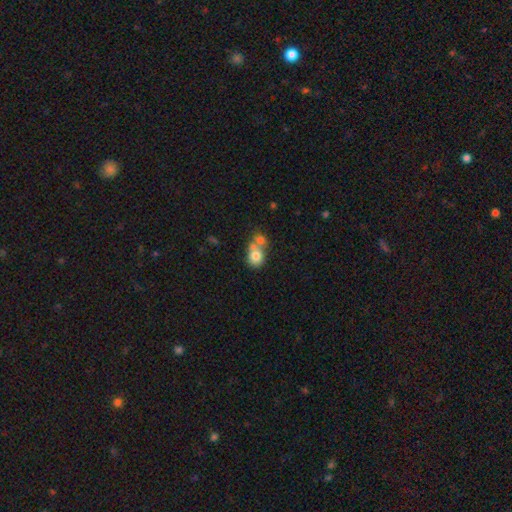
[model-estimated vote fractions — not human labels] Smooth or featured?
  - smooth: 74% *
  - featured or disk: 16%
  - star or artifact: 9%
How rounded?
  - round: 63% *
  - in between: 36%
  - cigar-shaped: 1%
Merging?
  - merger: 57% *
  - none: 30%
  - minor disturbance: 9%
  - major disturbance: 4%